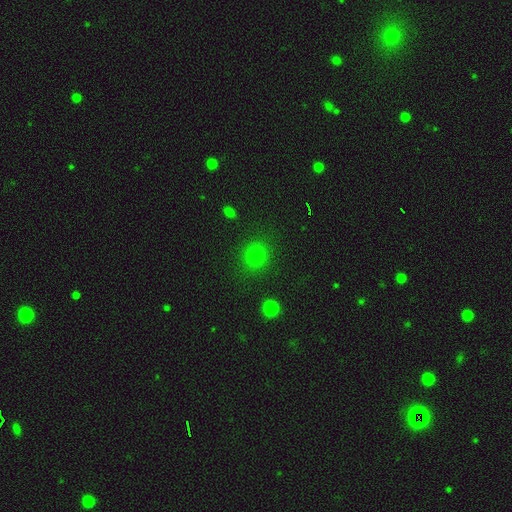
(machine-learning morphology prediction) type=smooth (79%); roundness=round (88%); merging=none (87%).